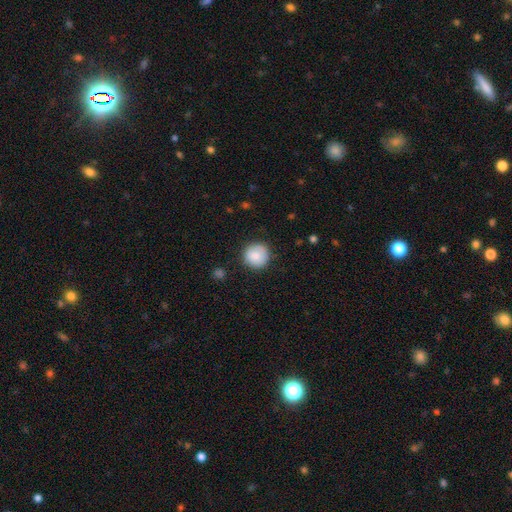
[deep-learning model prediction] Smooth or featured: smooth — 84% (featured or disk — 8%)
How rounded: round — 93% (in between — 6%)
Merging: none — 84% (minor disturbance — 12%)